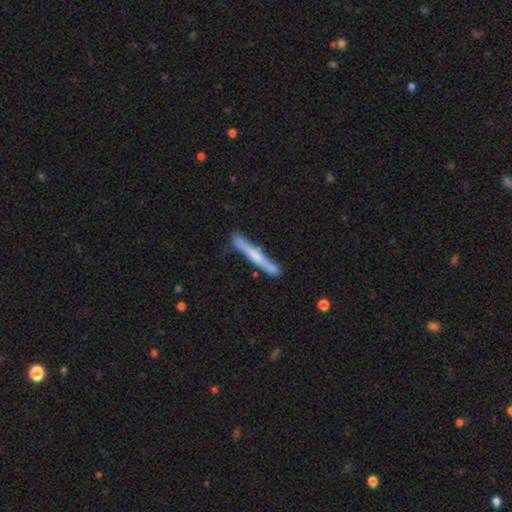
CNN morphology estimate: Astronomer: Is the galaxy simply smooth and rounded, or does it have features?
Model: featured or disk — 52% (runner-up: smooth, 42%).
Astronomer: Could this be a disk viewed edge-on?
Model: yes — 95%.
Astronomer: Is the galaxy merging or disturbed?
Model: none — 81%.